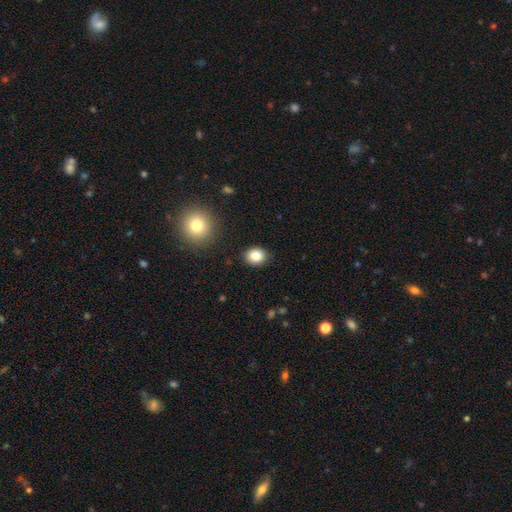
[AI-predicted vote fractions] Overall: smooth (84%). How rounded: round (66%; in between 33%). Merging: none (89%).